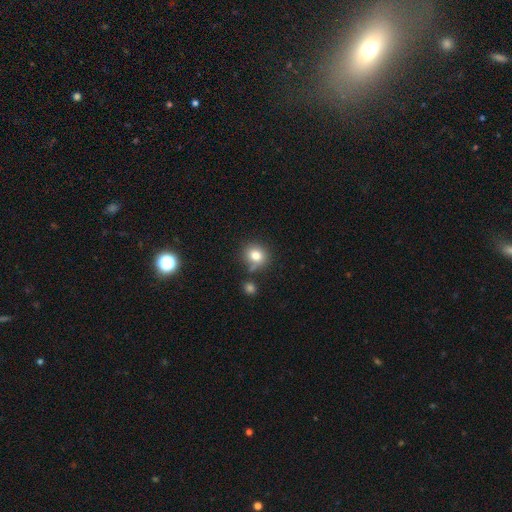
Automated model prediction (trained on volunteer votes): smooth 81%, star or artifact 11%, featured or disk 8%. Down the decision tree: how rounded — round (78%); merging — none (71%).